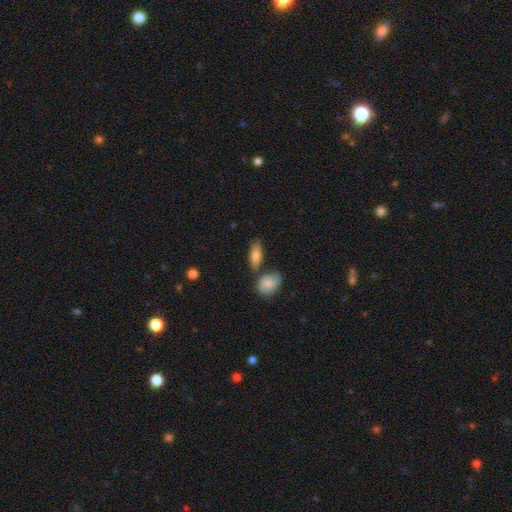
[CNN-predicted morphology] A smooth galaxy with no disk features (78%) that is in between round and cigar-shaped (78%).

Vote fractions:
- Smooth or featured? smooth: 78% / featured or disk: 16% / star or artifact: 7%
- How rounded? in between: 78% / cigar-shaped: 18% / round: 4%
- Merging? none: 63% / merger: 17% / minor disturbance: 16% / major disturbance: 4%